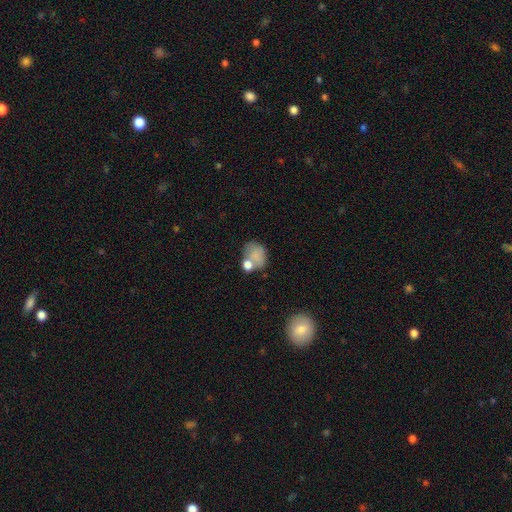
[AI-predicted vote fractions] Smooth or featured? Predicted: smooth (p=0.74). How rounded? Predicted: in between (p=0.57). Merging? Predicted: none (p=0.38).